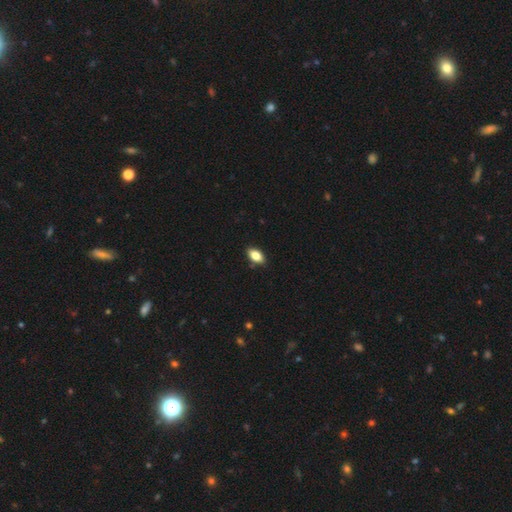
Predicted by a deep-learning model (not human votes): A smooth galaxy with no disk features (82%) that is in between round and cigar-shaped (90%). Merging: none (86%).